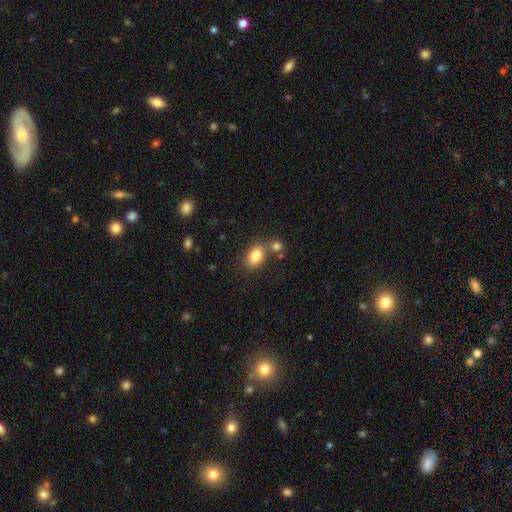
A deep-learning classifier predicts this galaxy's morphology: type=smooth (83%); roundness=in between (84%); merging=none (60%).